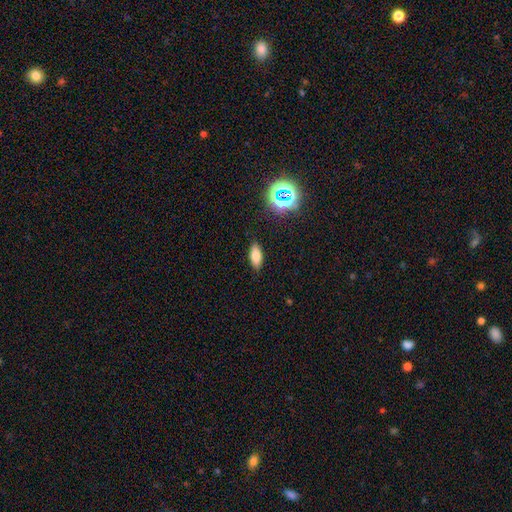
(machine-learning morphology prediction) Overall: smooth (75%). How rounded: in between (81%). Merging: none (86%).